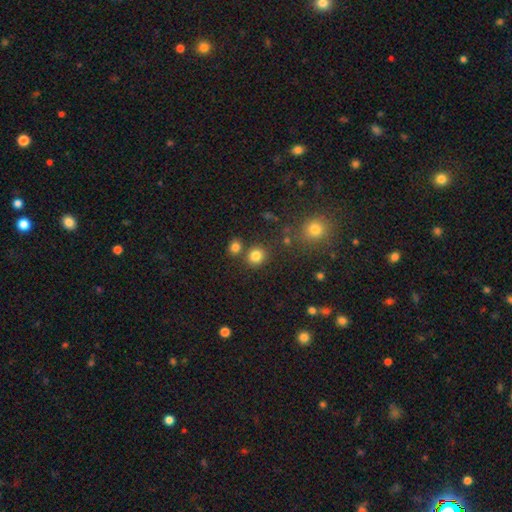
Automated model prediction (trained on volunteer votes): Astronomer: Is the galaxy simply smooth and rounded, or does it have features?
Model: smooth — 81%.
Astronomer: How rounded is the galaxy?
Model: round — 87%.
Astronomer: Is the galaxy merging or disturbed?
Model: none — 77%.